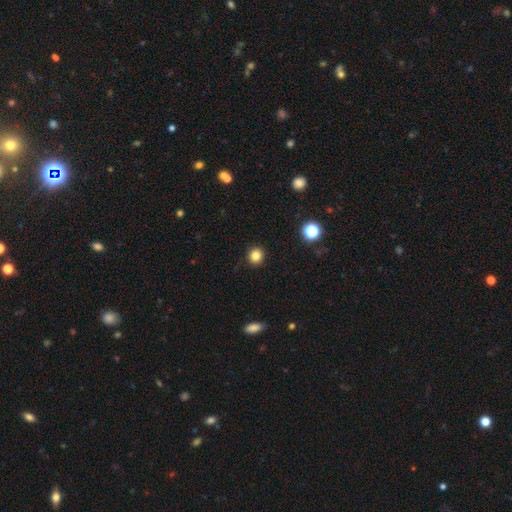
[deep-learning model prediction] smooth-or-featured: smooth: 83% | star or artifact: 12% | featured or disk: 5%
  how-rounded: round: 91% | in between: 8% | cigar-shaped: 1%
  merging: none: 91% | minor disturbance: 6% | major disturbance: 2% | merger: 1%